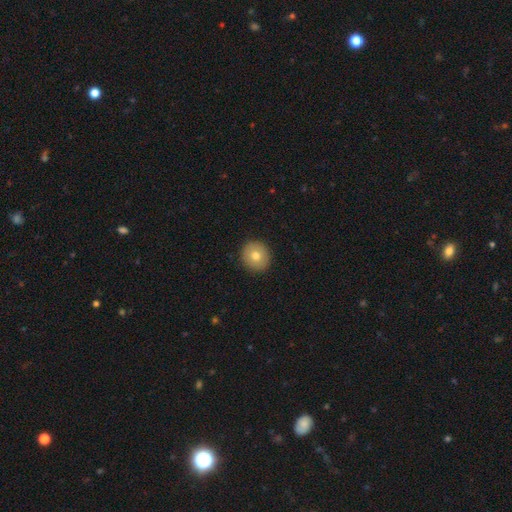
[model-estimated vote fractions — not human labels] A smooth galaxy with no disk features (75%) that is round (89%).

Vote fractions:
- Smooth or featured? smooth: 75% / featured or disk: 16% / star or artifact: 9%
- How rounded? round: 89% / in between: 10% / cigar-shaped: 1%
- Merging? none: 92% / minor disturbance: 6% / major disturbance: 2% / merger: 1%